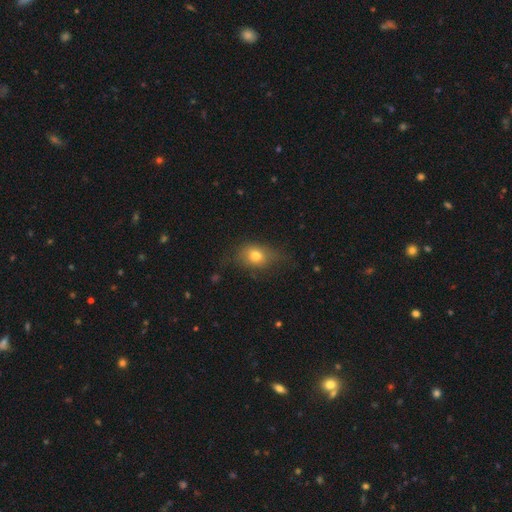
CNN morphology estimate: The model was most divided on "how rounded": in between: 60%, round: 38%, cigar-shaped: 2%. More confident: smooth or featured — smooth (75%); merging — none (63%).